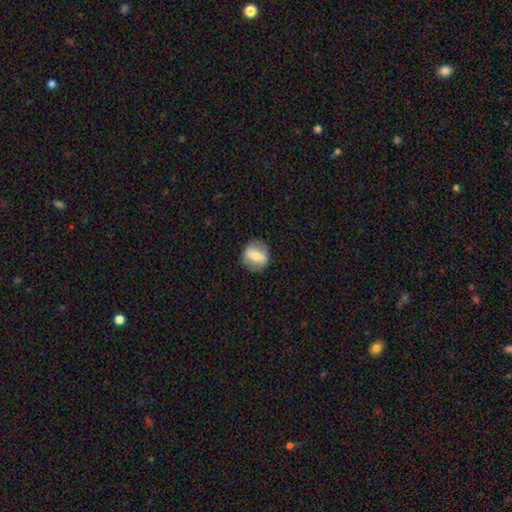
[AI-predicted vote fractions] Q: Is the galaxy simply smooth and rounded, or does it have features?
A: smooth — 53%.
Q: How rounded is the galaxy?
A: round — 76%.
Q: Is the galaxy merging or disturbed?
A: none — 86%.